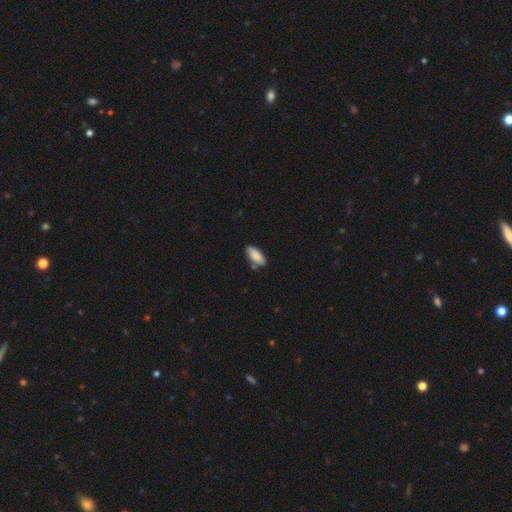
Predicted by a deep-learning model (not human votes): This is clearly a smooth galaxy (86%). How rounded: clearly in between (82%). Merging: likely none (74%).